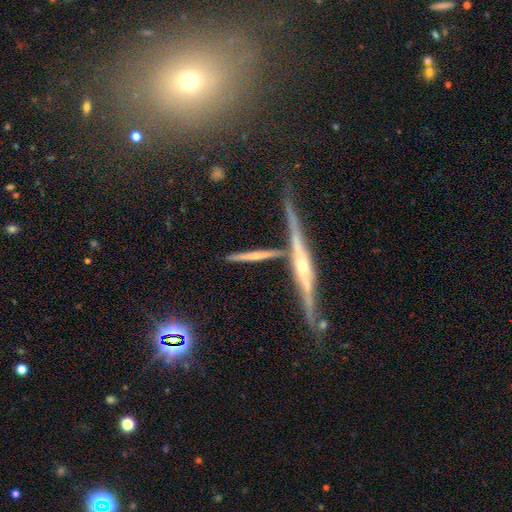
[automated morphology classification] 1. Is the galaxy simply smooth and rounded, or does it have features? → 63% featured or disk, 28% smooth, 9% star or artifact.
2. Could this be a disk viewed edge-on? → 94% yes, 6% no.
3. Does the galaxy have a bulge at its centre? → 63% rounded, 26% none, 11% boxy.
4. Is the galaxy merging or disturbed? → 68% none, 15% merger, 13% minor disturbance, 4% major disturbance.